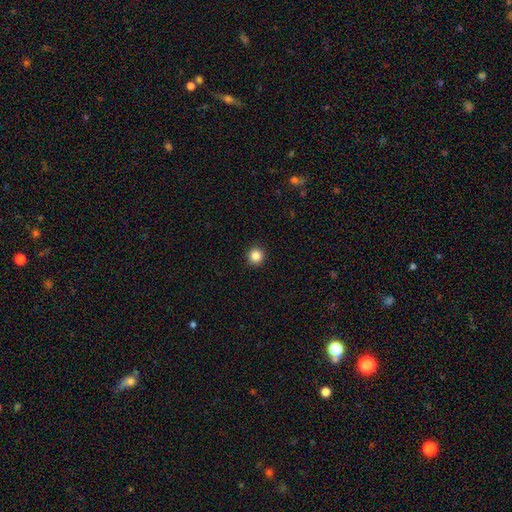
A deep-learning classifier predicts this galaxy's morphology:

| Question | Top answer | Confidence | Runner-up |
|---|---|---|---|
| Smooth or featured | smooth | 86% | star or artifact (11%) |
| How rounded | round | 95% | in between (4%) |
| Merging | none | 93% | minor disturbance (4%) |